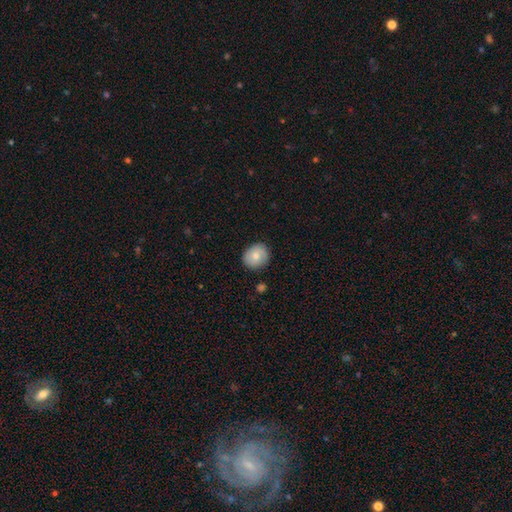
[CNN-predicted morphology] smooth_or_featured: smooth (p=0.70) [alt: featured or disk p=0.23]
how_rounded: round (p=0.73) [alt: in between p=0.26]
merging: none (p=0.83) [alt: minor disturbance p=0.13]